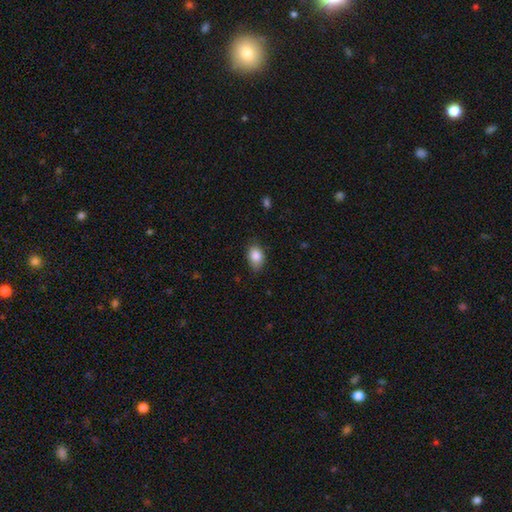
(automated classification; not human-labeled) Smooth or featured? Predicted: smooth (p=0.86). How rounded? Predicted: in between (p=0.81). Merging? Predicted: none (p=0.77).